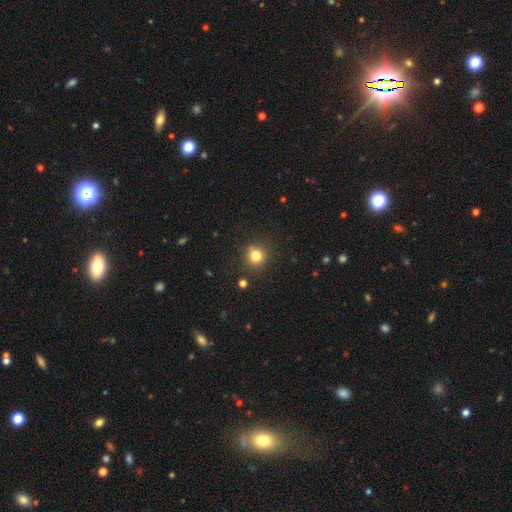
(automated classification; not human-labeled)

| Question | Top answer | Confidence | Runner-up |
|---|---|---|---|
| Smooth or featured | smooth | 80% | star or artifact (14%) |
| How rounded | round | 89% | in between (10%) |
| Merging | none | 85% | minor disturbance (9%) |